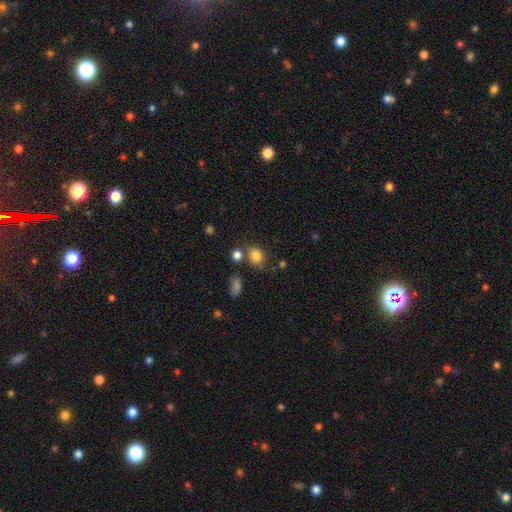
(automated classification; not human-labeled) This appears to be a smooth galaxy with no disk features (83%) that is round (61%). Merging: none (67%).